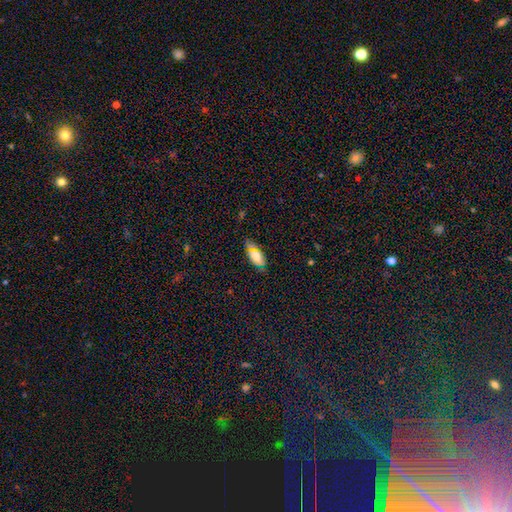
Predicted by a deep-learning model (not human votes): smooth 72%, featured or disk 17%, star or artifact 11%. Down the decision tree: how rounded — in between (83%); merging — none (77%).